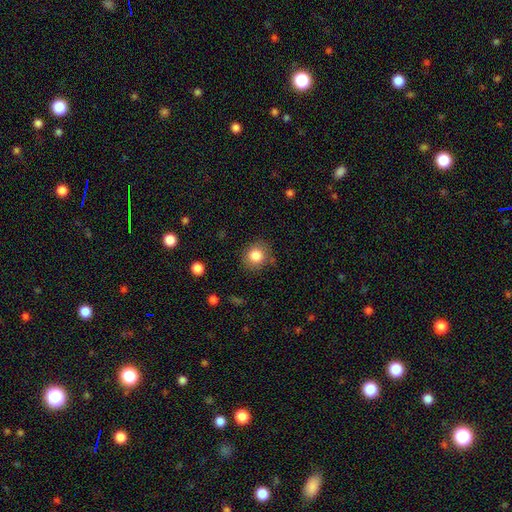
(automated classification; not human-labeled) Overall: smooth (84%). How rounded: round (84%). Merging: none (83%).